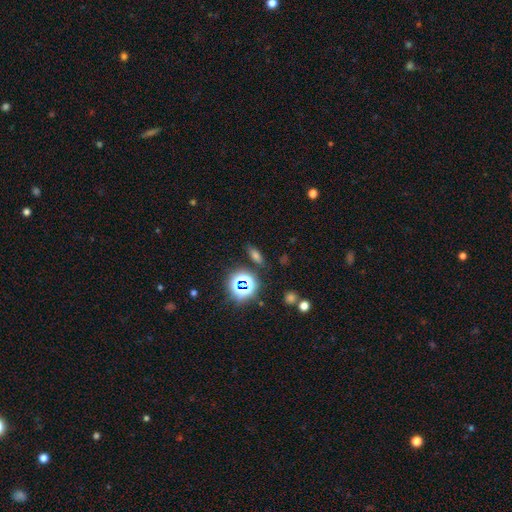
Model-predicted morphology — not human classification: smooth-or-featured: smooth: 57% | star or artifact: 31% | featured or disk: 12%
  how-rounded: in between: 59% | cigar-shaped: 28% | round: 13%
  merging: none: 82% | minor disturbance: 11% | major disturbance: 4% | merger: 3%